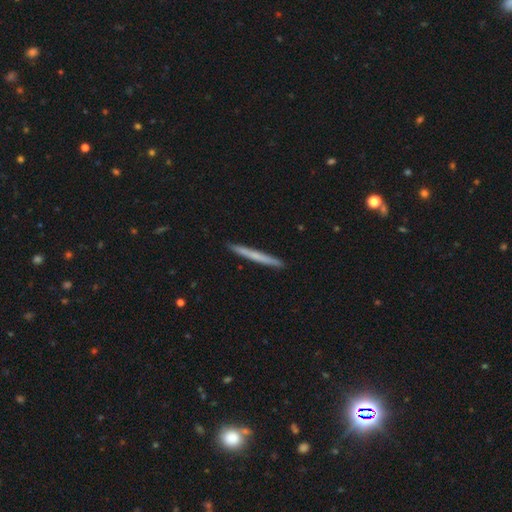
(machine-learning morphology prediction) smooth-or-featured: smooth: 58% | featured or disk: 36% | star or artifact: 5%
  how-rounded: cigar-shaped: 97% | in between: 2% | round: 1%
  merging: none: 93% | minor disturbance: 5% | major disturbance: 1% | merger: 1%